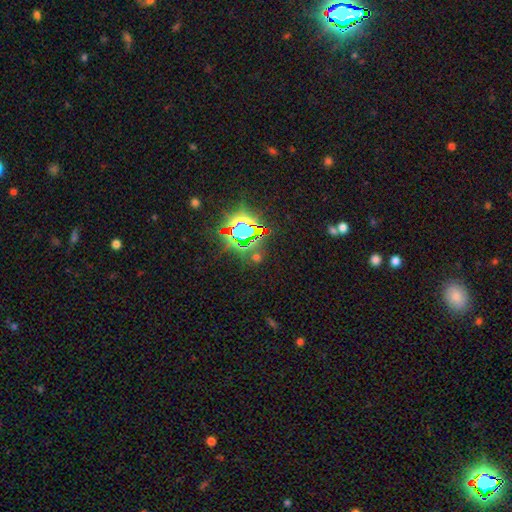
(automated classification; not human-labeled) smooth-or-featured: star or artifact: 77% | smooth: 15% | featured or disk: 8%